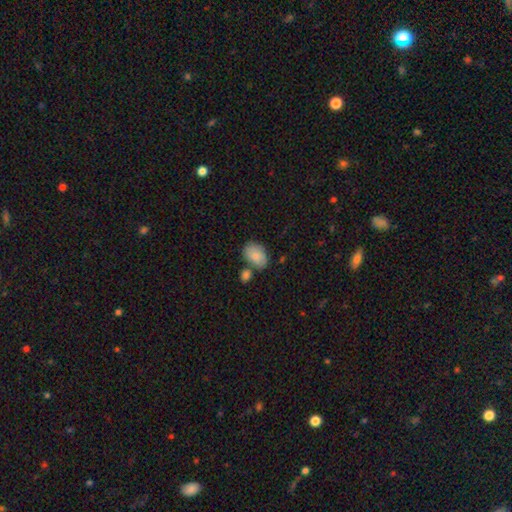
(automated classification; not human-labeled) Smooth or featured? Predicted: smooth (p=0.82). How rounded? Predicted: in between (p=0.84). Merging? Predicted: none (p=0.56).